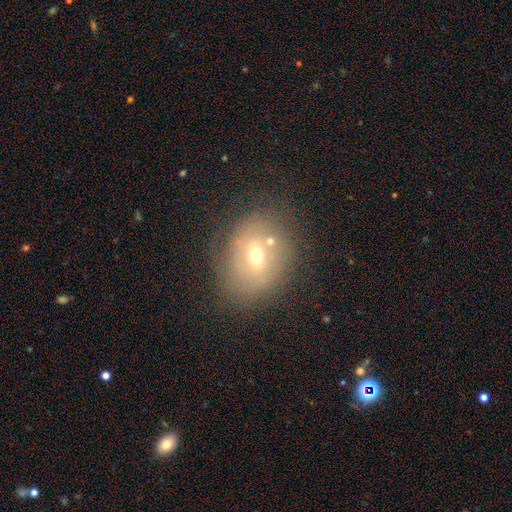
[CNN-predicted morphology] type=smooth (48%); merging=none (68%).